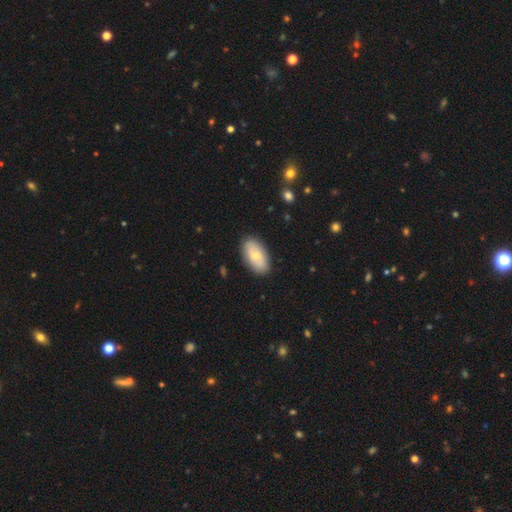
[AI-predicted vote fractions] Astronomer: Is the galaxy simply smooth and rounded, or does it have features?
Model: smooth — 62%.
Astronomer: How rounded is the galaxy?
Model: in between — 94%.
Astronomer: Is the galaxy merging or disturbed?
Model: none — 86%.